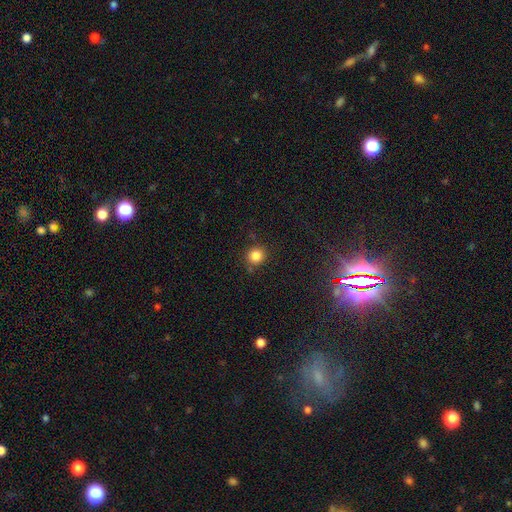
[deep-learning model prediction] Smooth or featured? Predicted: smooth (p=0.83). How rounded? Predicted: round (p=0.90). Merging? Predicted: none (p=0.82).